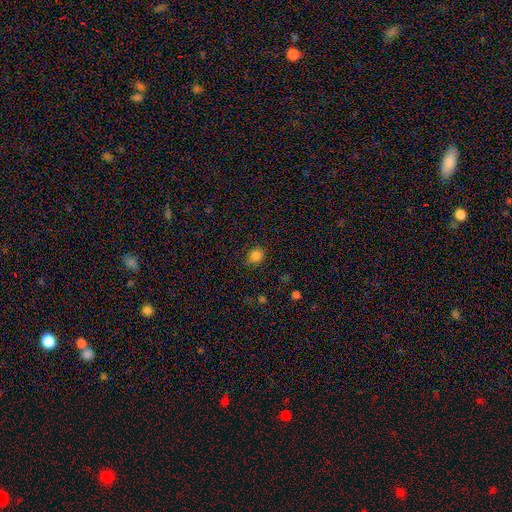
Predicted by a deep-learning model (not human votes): smooth 80%, star or artifact 15%, featured or disk 5%. Down the decision tree: how rounded — round (72%); merging — none (79%).